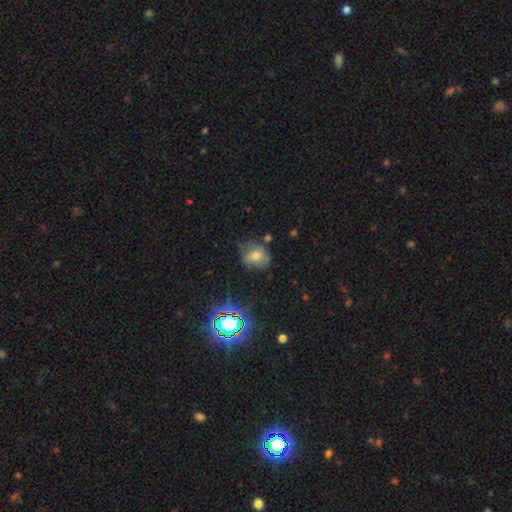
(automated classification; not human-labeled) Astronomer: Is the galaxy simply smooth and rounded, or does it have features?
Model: smooth — 46% (runner-up: featured or disk, 37%).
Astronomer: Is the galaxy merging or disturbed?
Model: none — 56%.